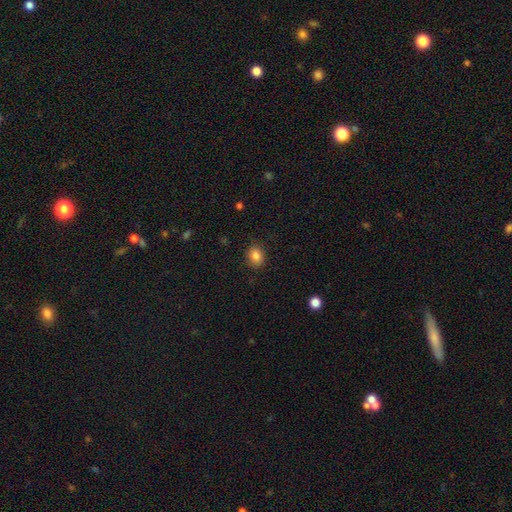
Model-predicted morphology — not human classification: smooth-or-featured: smooth: 86% | star or artifact: 10% | featured or disk: 5%
  how-rounded: in between: 53% | round: 46% | cigar-shaped: 1%
  merging: none: 87% | minor disturbance: 10% | major disturbance: 3% | merger: 1%